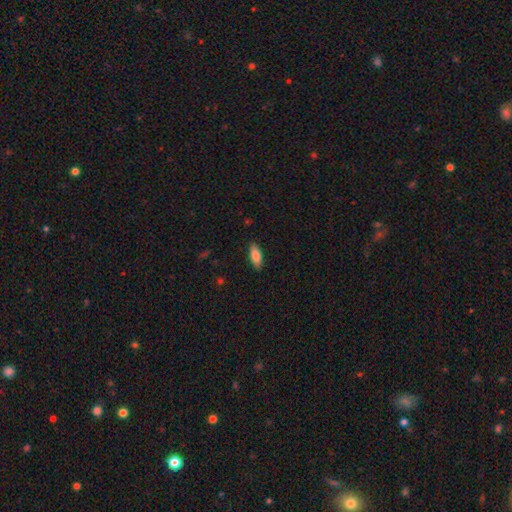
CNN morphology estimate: Smooth or featured? smooth (80%)
How rounded? in between (77%)
Merging? none (88%)